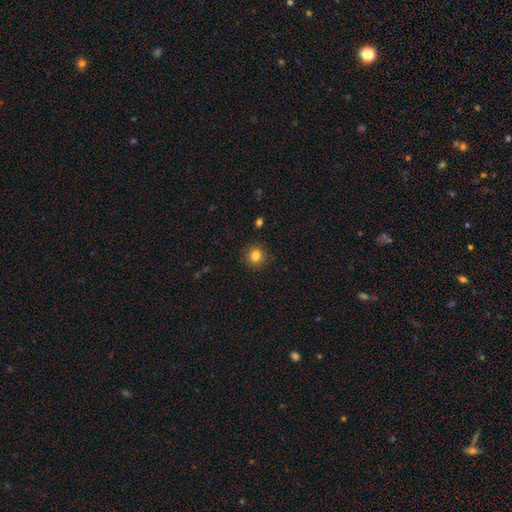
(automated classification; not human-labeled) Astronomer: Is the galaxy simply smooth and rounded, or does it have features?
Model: smooth — 84%.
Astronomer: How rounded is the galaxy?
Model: round — 89%.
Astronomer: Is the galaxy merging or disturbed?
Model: none — 90%.